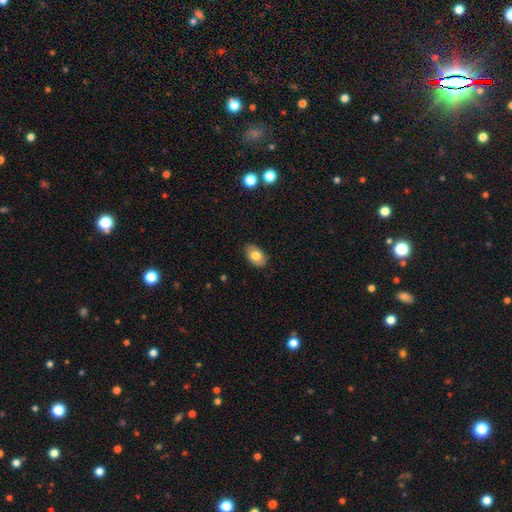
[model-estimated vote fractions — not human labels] smooth_or_featured: smooth (p=0.78) [alt: featured or disk p=0.14]
how_rounded: in between (p=0.89) [alt: round p=0.09]
merging: none (p=0.86) [alt: minor disturbance p=0.11]